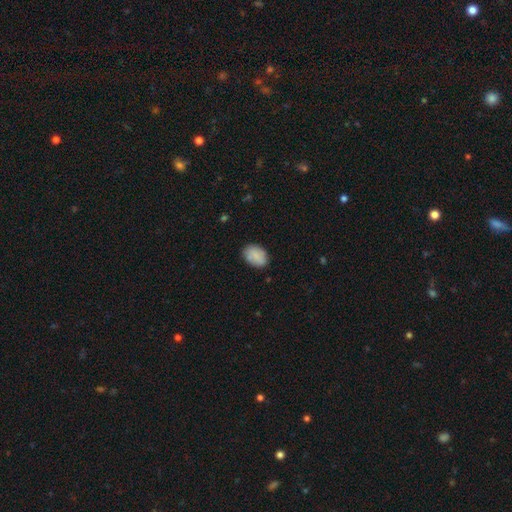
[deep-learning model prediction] A smooth galaxy with no disk features (80%) that is in between round and cigar-shaped (80%).

Vote fractions:
- Smooth or featured? smooth: 80% / featured or disk: 12% / star or artifact: 7%
- How rounded? in between: 80% / round: 19% / cigar-shaped: 1%
- Merging? none: 79% / minor disturbance: 16% / major disturbance: 3% / merger: 2%